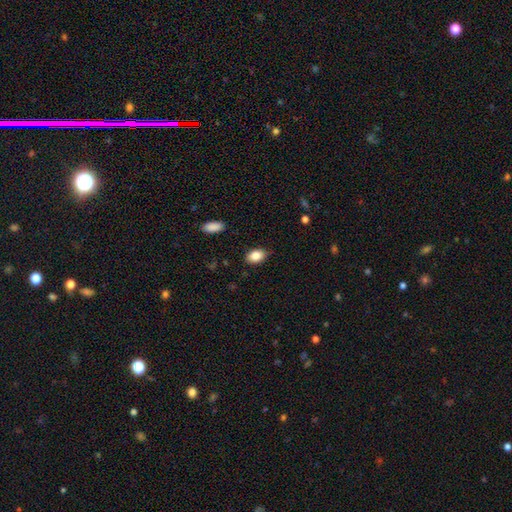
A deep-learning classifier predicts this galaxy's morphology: A smooth galaxy with no disk features (86%) that is in between round and cigar-shaped (86%).

Vote fractions:
- Smooth or featured? smooth: 86% / star or artifact: 8% / featured or disk: 6%
- How rounded? in between: 86% / round: 13% / cigar-shaped: 1%
- Merging? none: 83% / minor disturbance: 13% / major disturbance: 3% / merger: 1%